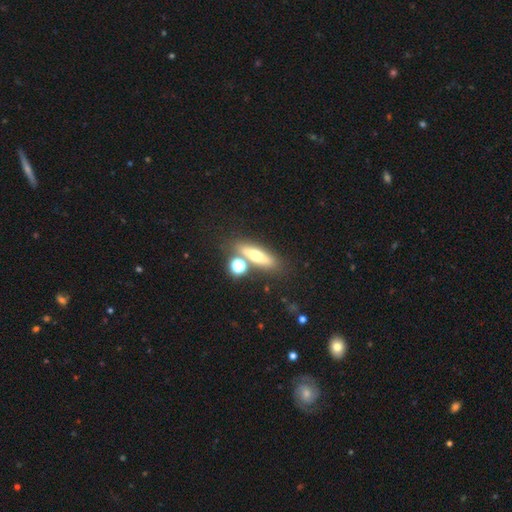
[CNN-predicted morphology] Smooth or featured? Predicted: smooth (p=0.54). How rounded? Predicted: cigar-shaped (p=0.53). Merging? Predicted: none (p=0.70).